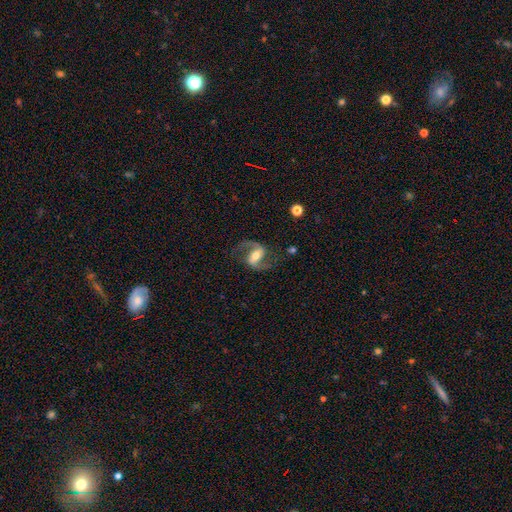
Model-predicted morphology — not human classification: Overall: featured or disk (88%). Edge-on disk: no (97%). Bar: strong (47%; weak 37%). Spiral arms: yes (96%). Spiral arm count: 2 (93%). Spiral winding: medium (47%; loose 44%). Bulge size: moderate (62%; small 26%). Merging: none (78%).